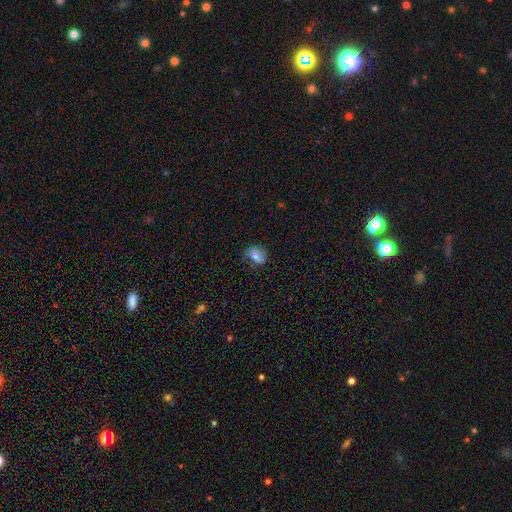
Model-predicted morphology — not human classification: smooth 51%, featured or disk 40%, star or artifact 9%. Down the decision tree: how rounded — in between (56%); merging — none (67%).